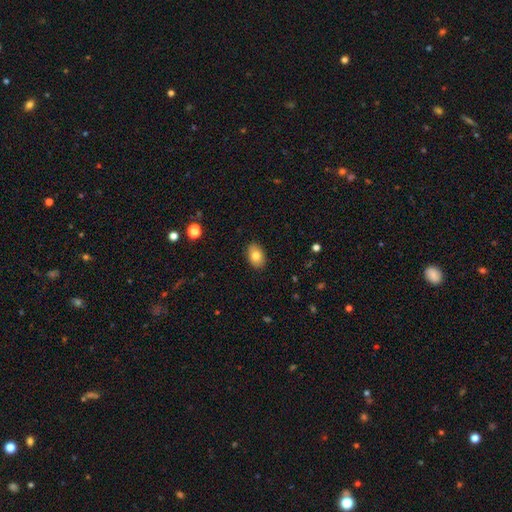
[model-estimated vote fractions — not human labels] This appears to be a smooth galaxy with no disk features (79%) that is in between round and cigar-shaped (85%). Merging: none (89%).